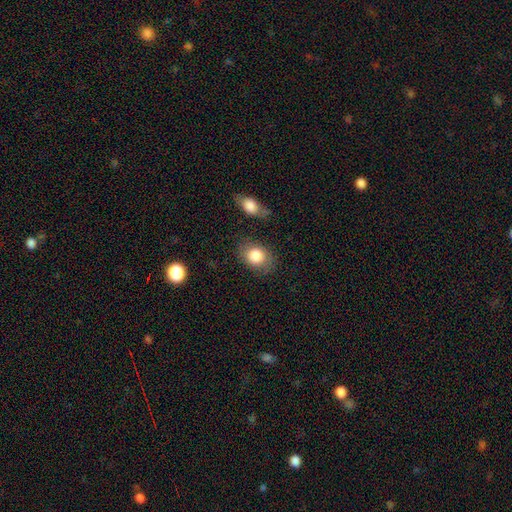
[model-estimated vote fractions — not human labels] Overall: smooth (83%). How rounded: in between (58%; round 40%). Merging: none (73%).